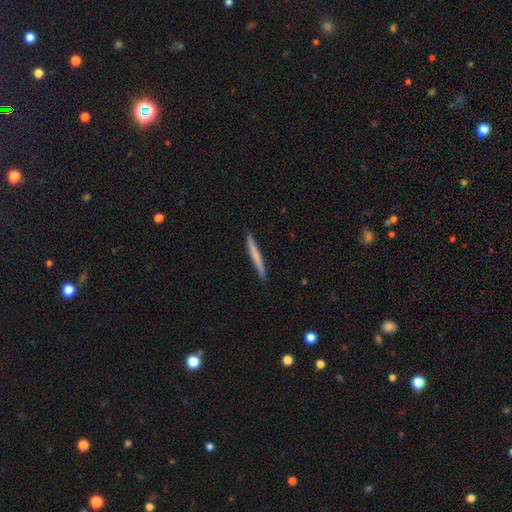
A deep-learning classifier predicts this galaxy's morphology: smooth 61%, featured or disk 34%, star or artifact 5%. Down the decision tree: how rounded — cigar-shaped (97%); merging — none (91%).